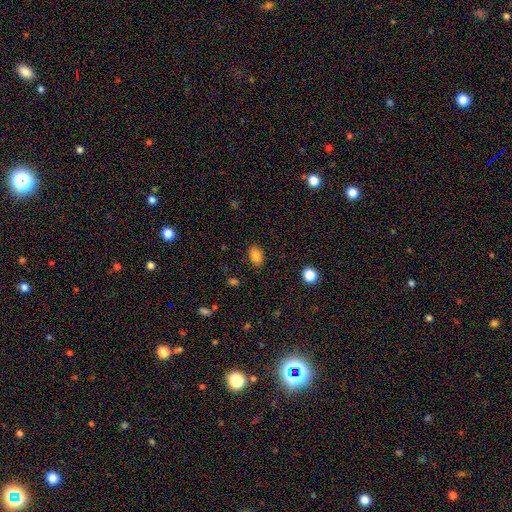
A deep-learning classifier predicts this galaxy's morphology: smooth-or-featured: smooth: 84% | star or artifact: 10% | featured or disk: 6%
  how-rounded: in between: 81% | round: 18% | cigar-shaped: 1%
  merging: none: 85% | minor disturbance: 11% | major disturbance: 3% | merger: 1%